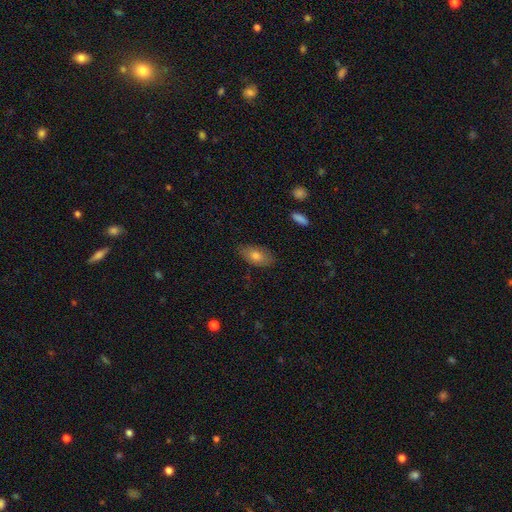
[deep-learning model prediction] This is likely a smooth galaxy (72%). How rounded: clearly in between (90%). Merging: clearly none (83%).